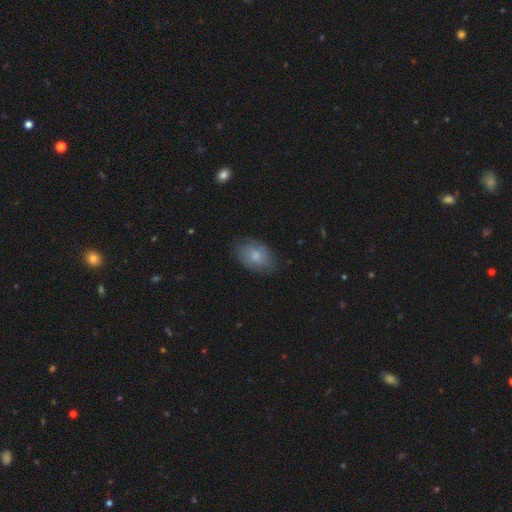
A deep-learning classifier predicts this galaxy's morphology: A smooth galaxy with no disk features (71%) that is in between round and cigar-shaped (86%).

Vote fractions:
- Smooth or featured? smooth: 71% / featured or disk: 22% / star or artifact: 7%
- How rounded? in between: 86% / round: 13% / cigar-shaped: 1%
- Merging? none: 75% / minor disturbance: 19% / major disturbance: 5% / merger: 1%